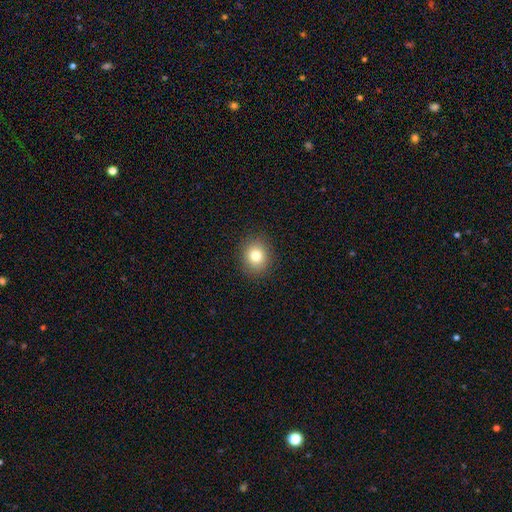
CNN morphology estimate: smooth_or_featured: smooth (p=0.80) [alt: star or artifact p=0.12]
how_rounded: round (p=0.72) [alt: in between p=0.28]
merging: none (p=0.90) [alt: minor disturbance p=0.07]